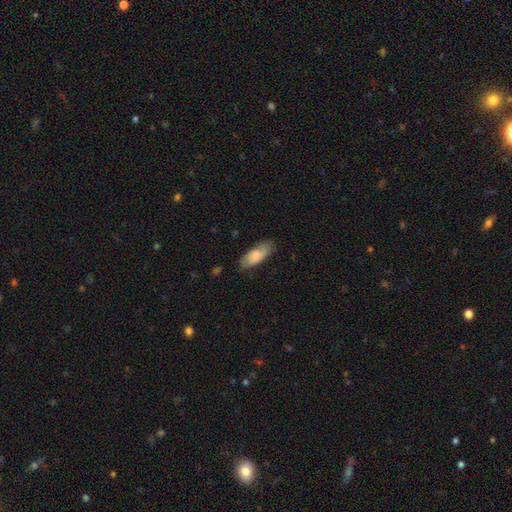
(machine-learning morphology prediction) smooth-or-featured: smooth: 78% | featured or disk: 16% | star or artifact: 6%
  how-rounded: in between: 80% | cigar-shaped: 18% | round: 2%
  merging: none: 74% | minor disturbance: 21% | major disturbance: 4% | merger: 1%